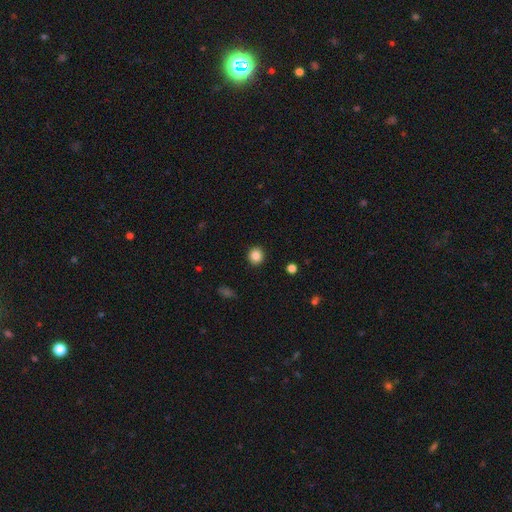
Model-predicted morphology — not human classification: This is clearly a smooth galaxy (86%). How rounded: clearly round (89%). Merging: clearly none (92%).